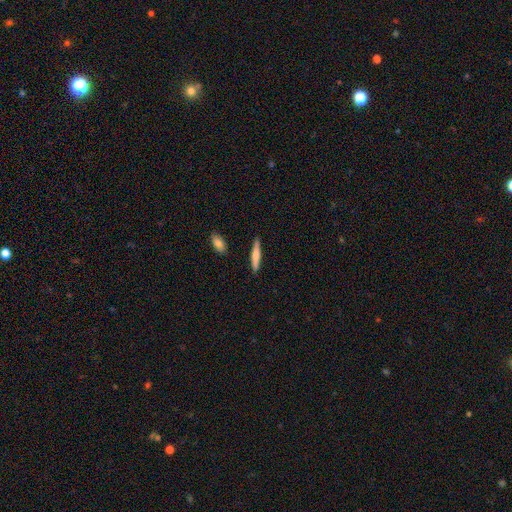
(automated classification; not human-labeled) Smooth or featured?
  - smooth: 70% *
  - featured or disk: 25%
  - star or artifact: 6%
How rounded?
  - cigar-shaped: 89% *
  - in between: 10%
  - round: 2%
Merging?
  - none: 87% *
  - minor disturbance: 9%
  - merger: 2%
  - major disturbance: 2%